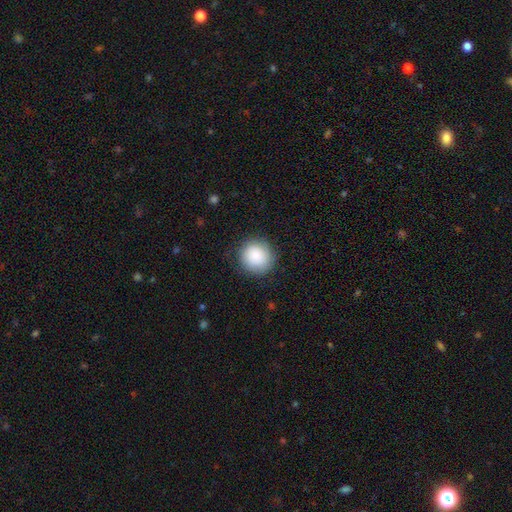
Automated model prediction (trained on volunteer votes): smooth 87%, star or artifact 8%, featured or disk 6%. Down the decision tree: how rounded — round (93%); merging — none (86%).